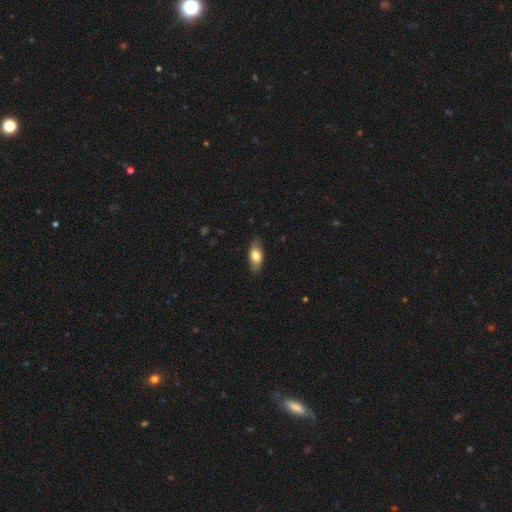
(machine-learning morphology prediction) smooth_or_featured: smooth (p=0.75) [alt: featured or disk p=0.19]
how_rounded: in between (p=0.83) [alt: cigar-shaped p=0.13]
merging: none (p=0.83) [alt: minor disturbance p=0.14]